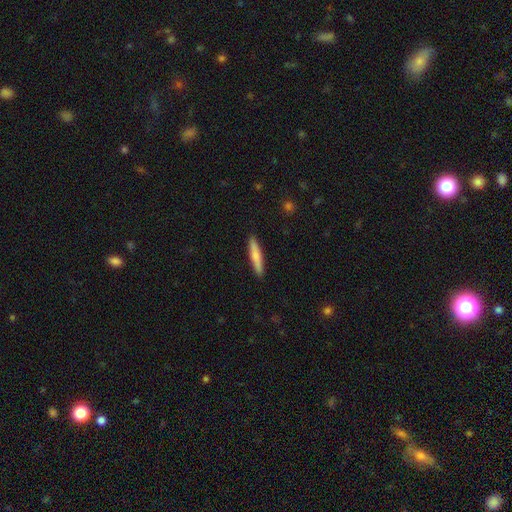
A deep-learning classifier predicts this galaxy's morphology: This is likely a smooth galaxy (74%). How rounded: clearly cigar-shaped (91%). Merging: clearly none (91%).